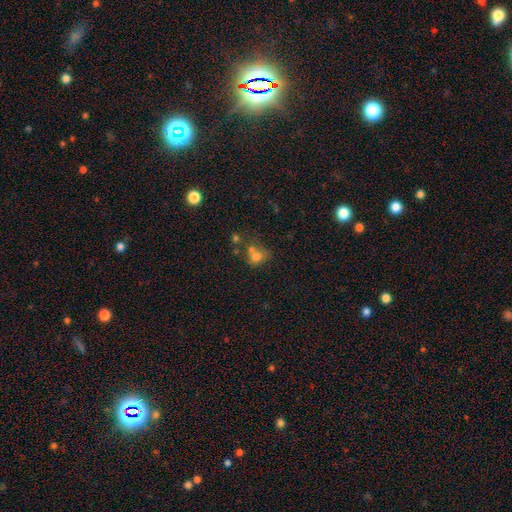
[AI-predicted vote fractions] A smooth galaxy with no disk features (71%) that is round (71%). Merging: merger (41%).